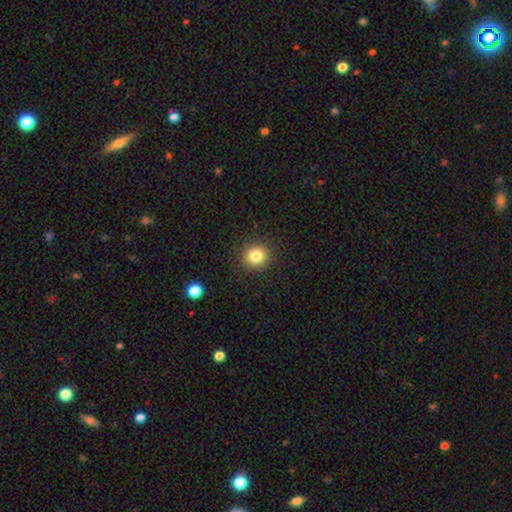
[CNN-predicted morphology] smooth-or-featured: smooth: 82% | star or artifact: 12% | featured or disk: 7%
  how-rounded: round: 90% | in between: 9% | cigar-shaped: 1%
  merging: none: 90% | minor disturbance: 6% | major disturbance: 2% | merger: 1%